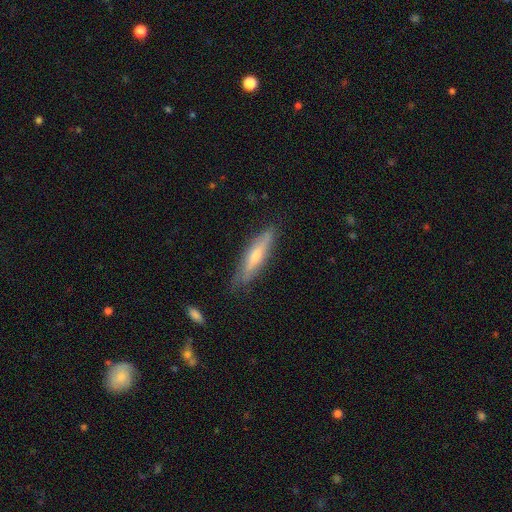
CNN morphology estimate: This appears to be a featured or disk galaxy (50%) viewed edge-on (80%). Merging: none (79%).